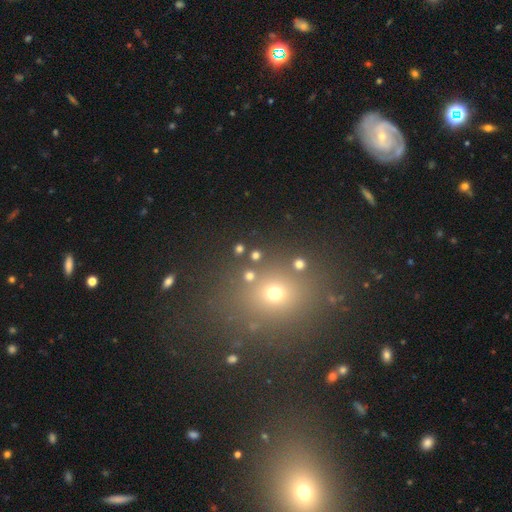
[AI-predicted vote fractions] Morphology: type=smooth (67%); roundness=round (83%); merging=none (82%).